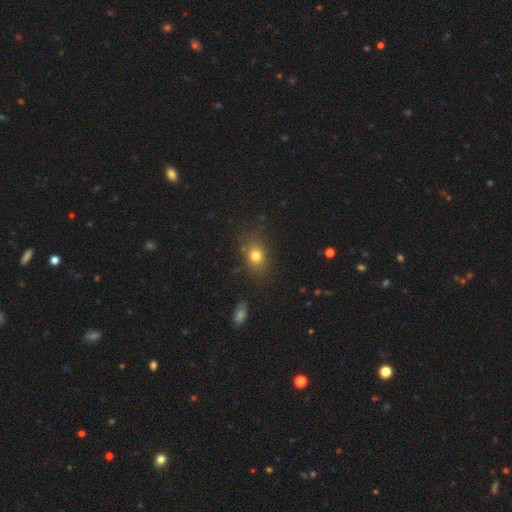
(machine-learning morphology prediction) type=smooth (77%); roundness=in between (57%); merging=none (78%).